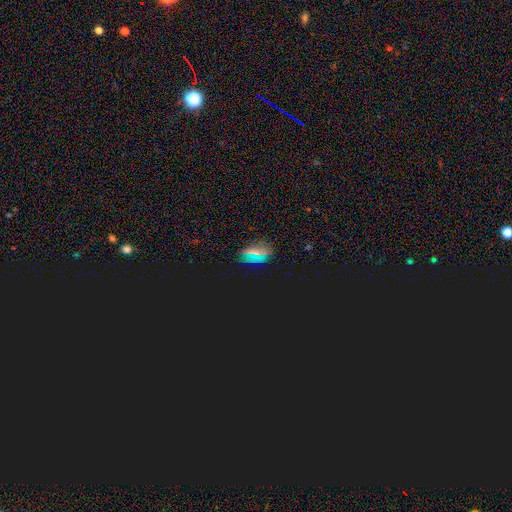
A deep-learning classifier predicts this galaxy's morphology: star or artifact 54%, smooth 34%, featured or disk 12%.